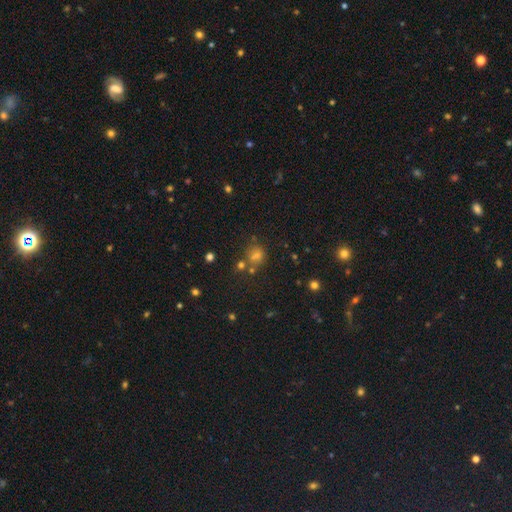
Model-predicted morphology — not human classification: This appears to be a smooth galaxy with no disk features (57%) that is round (81%). Merging: none (65%).